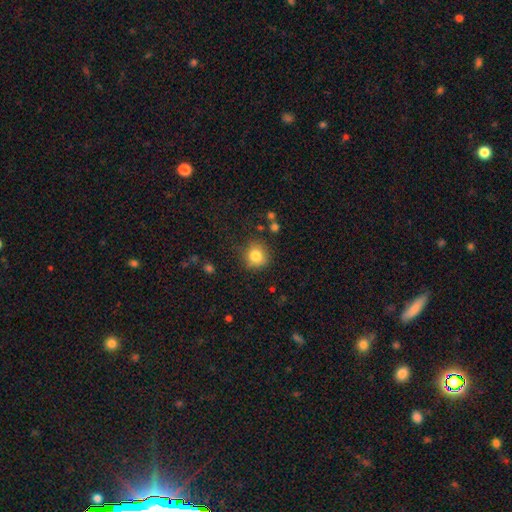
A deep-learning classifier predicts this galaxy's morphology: This appears to be a smooth galaxy with no disk features (81%) that is round (86%). Merging: none (81%).